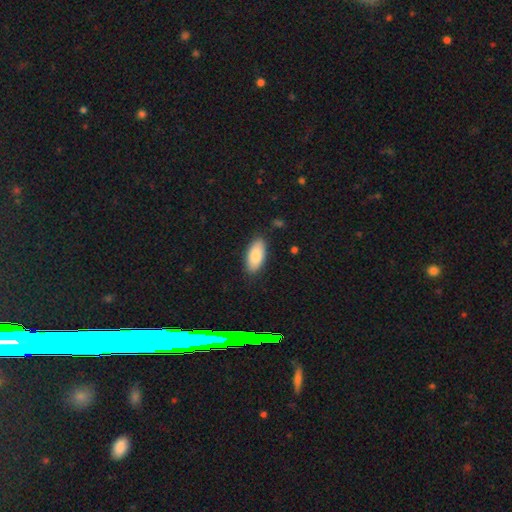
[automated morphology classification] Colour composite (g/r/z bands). It shows a smooth galaxy with no disk features (84%) that is in between round and cigar-shaped (91%). Merging: none (86%).